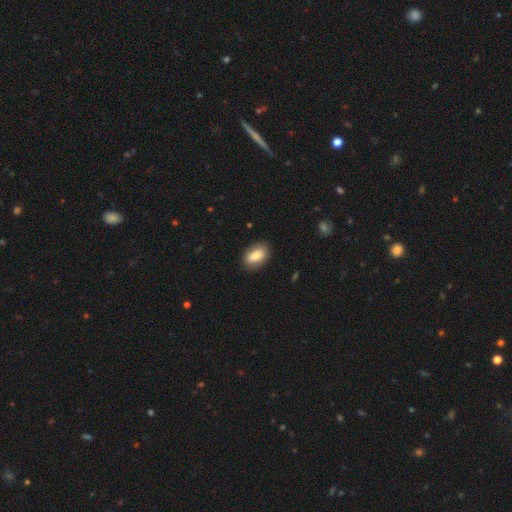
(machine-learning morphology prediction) Q: Smooth or featured?
A: smooth (86%); runner-up: featured or disk (8%)
Q: How rounded?
A: in between (91%); runner-up: round (8%)
Q: Merging?
A: none (85%); runner-up: minor disturbance (11%)